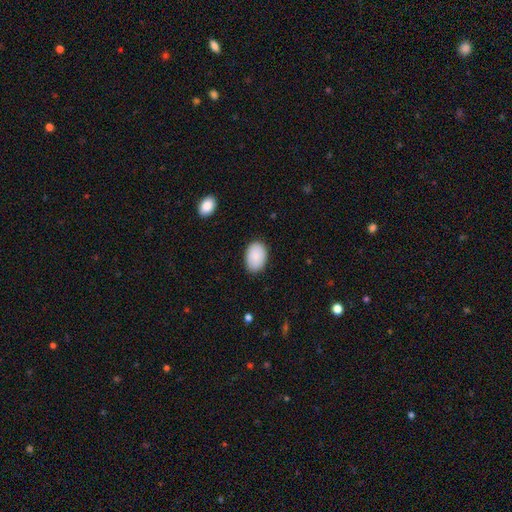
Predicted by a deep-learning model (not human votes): Smooth or featured? smooth (88%)
How rounded? in between (87%)
Merging? none (86%)